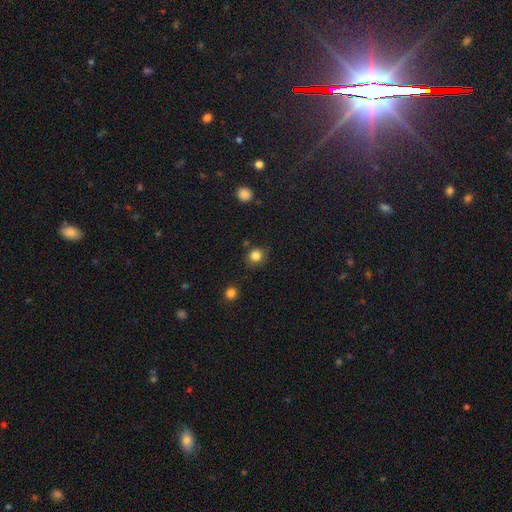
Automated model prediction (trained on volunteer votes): Morphology: type=smooth (84%); roundness=round (80%); merging=none (81%).